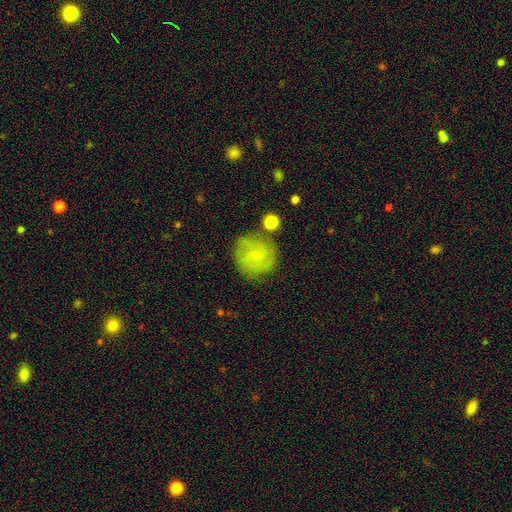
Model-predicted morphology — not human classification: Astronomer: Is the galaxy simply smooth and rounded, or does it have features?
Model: smooth — 56% (runner-up: featured or disk, 35%).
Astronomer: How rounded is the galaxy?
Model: round — 90%.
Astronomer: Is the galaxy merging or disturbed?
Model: none — 74%.